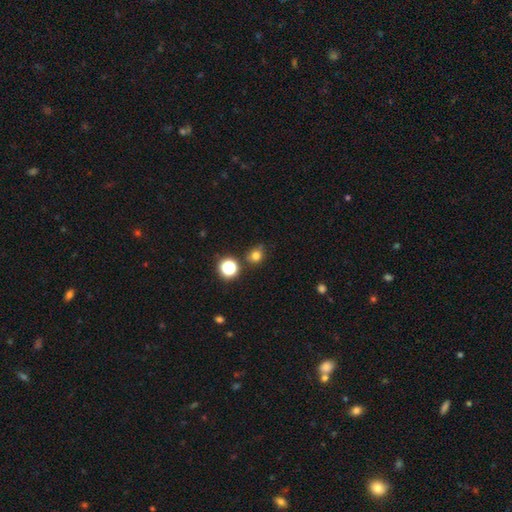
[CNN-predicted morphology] Smooth or featured? Predicted: smooth (p=0.76). How rounded? Predicted: round (p=0.81). Merging? Predicted: none (p=0.75).